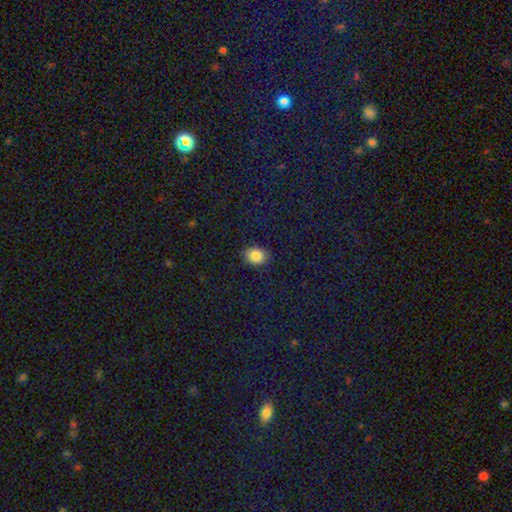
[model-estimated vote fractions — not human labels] The model was most divided on "how rounded": in between: 59%, round: 40%, cigar-shaped: 1%. More confident: merging — none (86%); smooth or featured — smooth (85%).